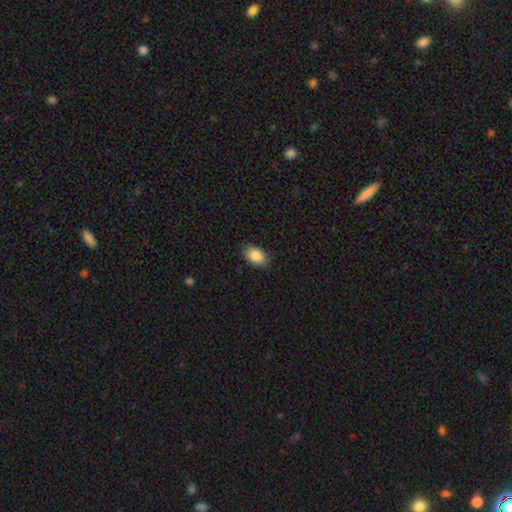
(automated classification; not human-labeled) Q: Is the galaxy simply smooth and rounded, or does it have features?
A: smooth — 86%.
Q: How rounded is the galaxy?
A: in between — 90%.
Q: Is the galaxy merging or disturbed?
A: none — 86%.